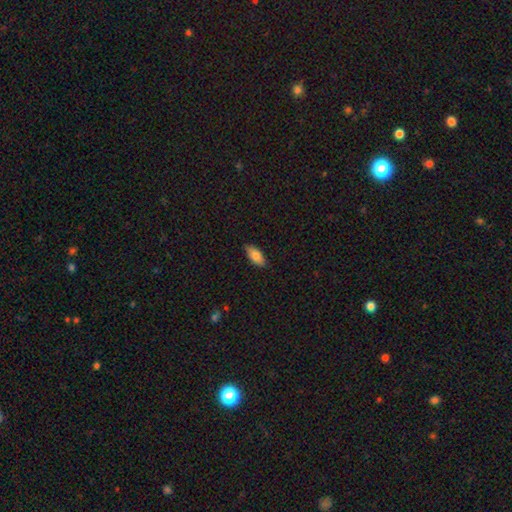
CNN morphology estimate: Smooth or featured: smooth — 82% (featured or disk — 12%)
How rounded: in between — 84% (cigar-shaped — 14%)
Merging: none — 86% (minor disturbance — 11%)